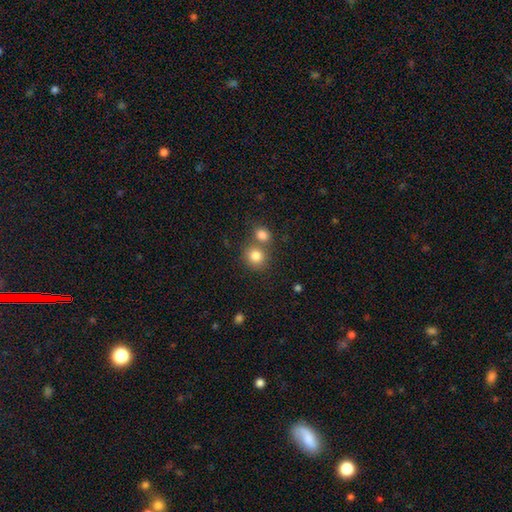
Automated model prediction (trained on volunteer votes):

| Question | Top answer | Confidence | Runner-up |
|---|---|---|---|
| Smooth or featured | smooth | 83% | star or artifact (11%) |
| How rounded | round | 84% | in between (15%) |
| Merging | none | 55% | merger (35%) |